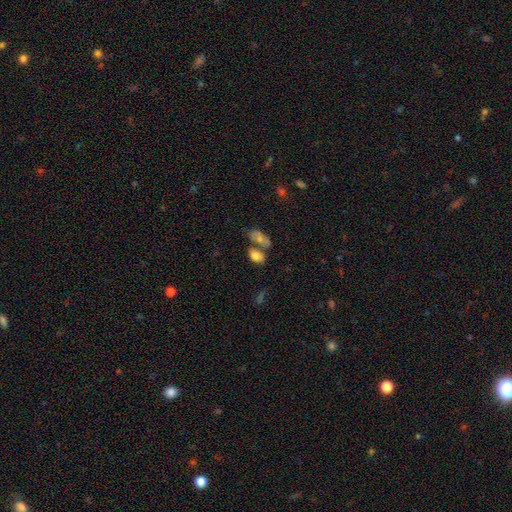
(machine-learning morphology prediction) This is likely a smooth galaxy (76%). How rounded: clearly in between (88%). Merging: marginally none (40%, tied with merger).